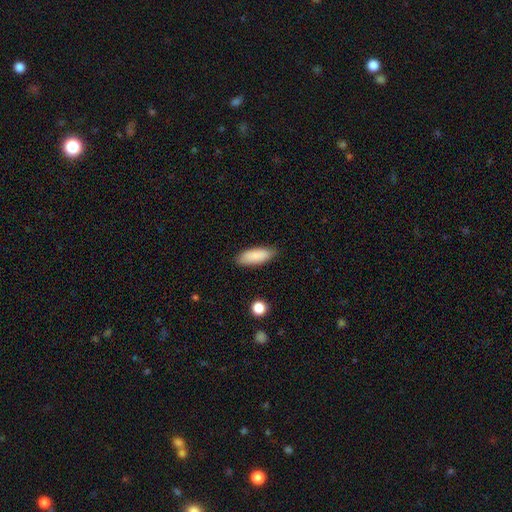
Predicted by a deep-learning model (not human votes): Overall: smooth (87%). How rounded: in between (70%). Merging: none (85%).